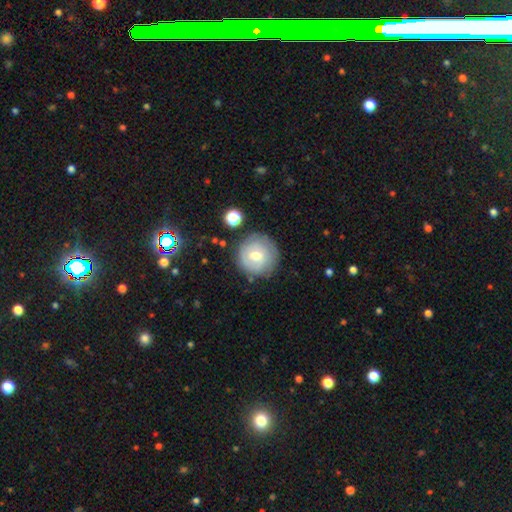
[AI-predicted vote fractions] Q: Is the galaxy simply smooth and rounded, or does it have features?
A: smooth — 51%.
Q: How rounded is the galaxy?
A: round — 94%.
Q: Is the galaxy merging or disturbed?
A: none — 81%.